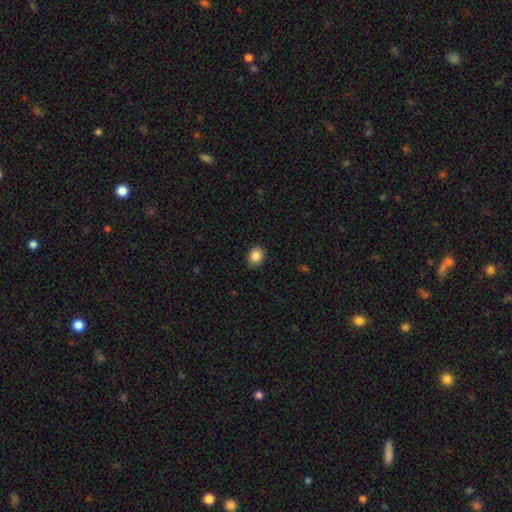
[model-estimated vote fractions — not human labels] smooth 88%, star or artifact 9%, featured or disk 3%. Down the decision tree: how rounded — round (61%); merging — none (89%).